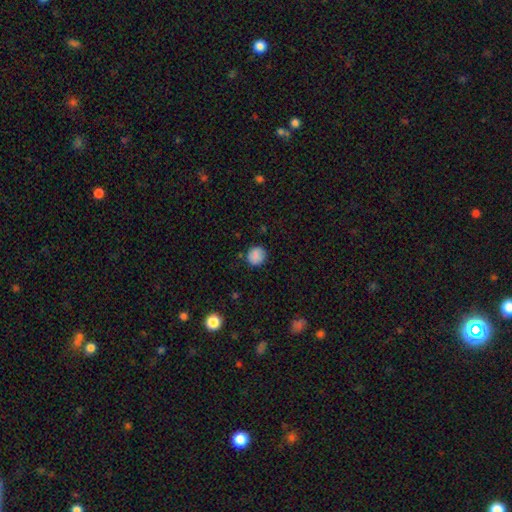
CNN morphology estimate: Q: Smooth or featured?
A: smooth (85%); runner-up: star or artifact (9%)
Q: How rounded?
A: round (88%); runner-up: in between (11%)
Q: Merging?
A: none (81%); runner-up: minor disturbance (14%)